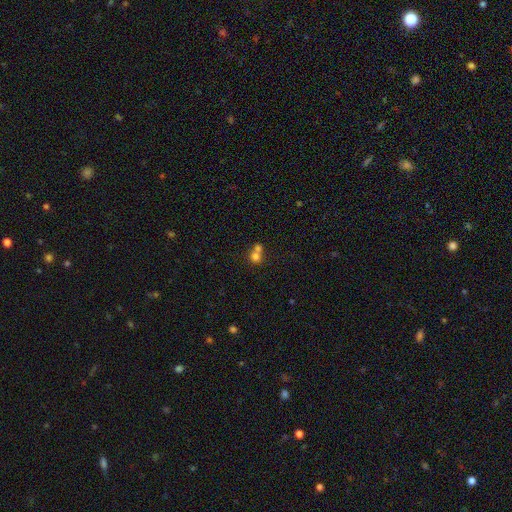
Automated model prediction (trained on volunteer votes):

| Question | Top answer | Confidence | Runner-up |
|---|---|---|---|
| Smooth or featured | smooth | 74% | featured or disk (13%) |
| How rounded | round | 78% | in between (21%) |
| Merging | merger | 61% | none (31%) |